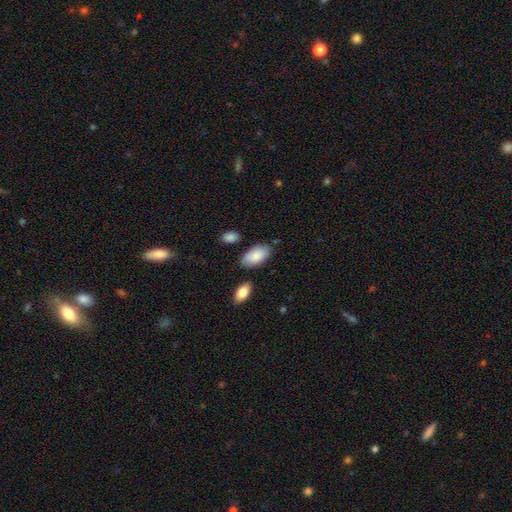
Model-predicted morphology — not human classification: Smooth or featured: smooth — 87% (featured or disk — 7%)
How rounded: in between — 95% (round — 3%)
Merging: none — 73% (minor disturbance — 18%)